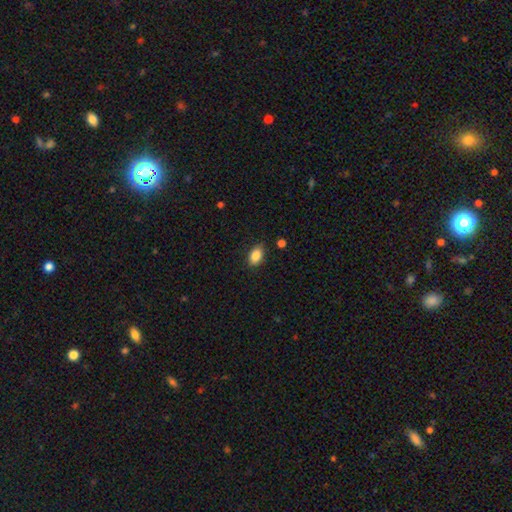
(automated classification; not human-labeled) A smooth galaxy with no disk features (86%) that is in between round and cigar-shaped (89%).

Vote fractions:
- Smooth or featured? smooth: 86% / star or artifact: 8% / featured or disk: 6%
- How rounded? in between: 89% / round: 9% / cigar-shaped: 2%
- Merging? none: 84% / minor disturbance: 12% / major disturbance: 2% / merger: 2%